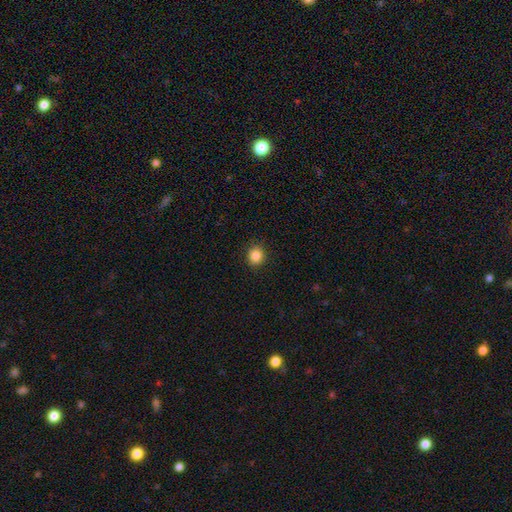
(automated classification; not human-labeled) Smooth or featured? smooth (86%)
How rounded? round (83%)
Merging? none (91%)